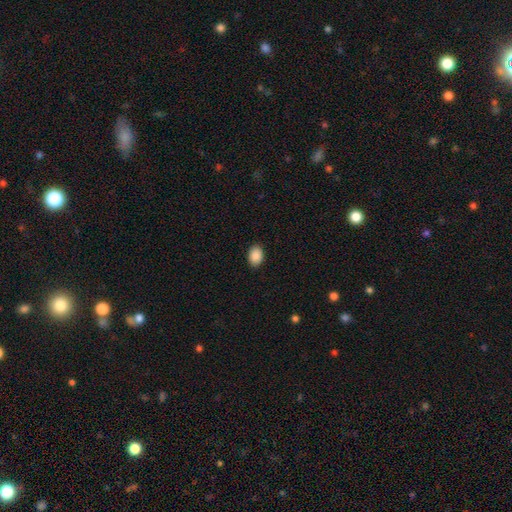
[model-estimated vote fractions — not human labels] This is clearly a smooth galaxy (90%). How rounded: likely in between (78%). Merging: clearly none (89%).